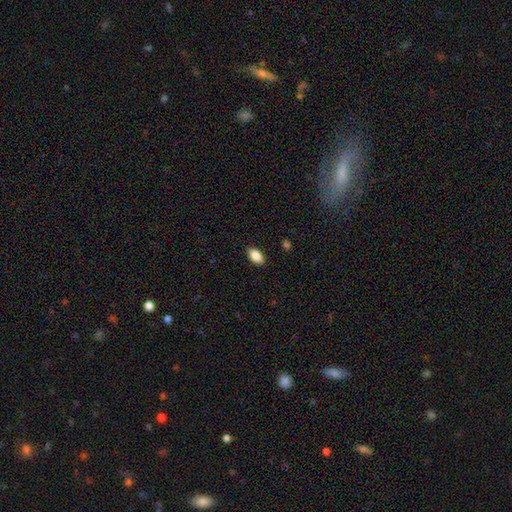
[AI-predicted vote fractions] Q: Smooth or featured?
A: smooth (87%); runner-up: star or artifact (7%)
Q: How rounded?
A: in between (93%); runner-up: round (4%)
Q: Merging?
A: none (88%); runner-up: minor disturbance (9%)